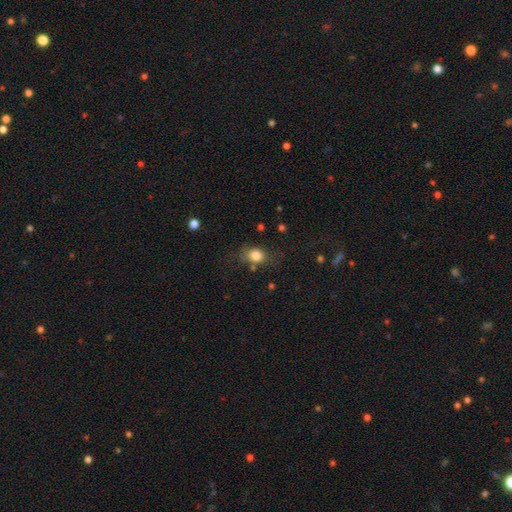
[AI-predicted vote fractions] smooth 82%, star or artifact 10%, featured or disk 8%. Down the decision tree: how rounded — in between (55%); merging — none (66%).